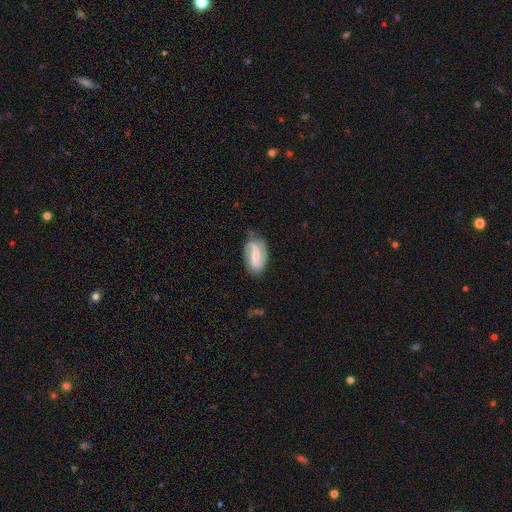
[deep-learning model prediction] featured or disk 80%, smooth 15%, star or artifact 5%. Down the decision tree: edge-on disk — no (97%); bar — weak (44%); spiral arms — yes (95%); spiral arm count — 2 (87%); spiral winding — medium (44%); bulge size — small (54%); merging — none (70%).